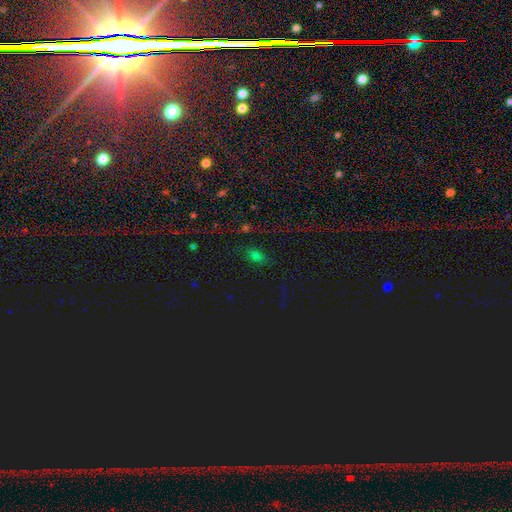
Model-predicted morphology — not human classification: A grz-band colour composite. It shows a smooth galaxy with no disk features (59%) that is in between round and cigar-shaped (82%). Merging: none (72%).